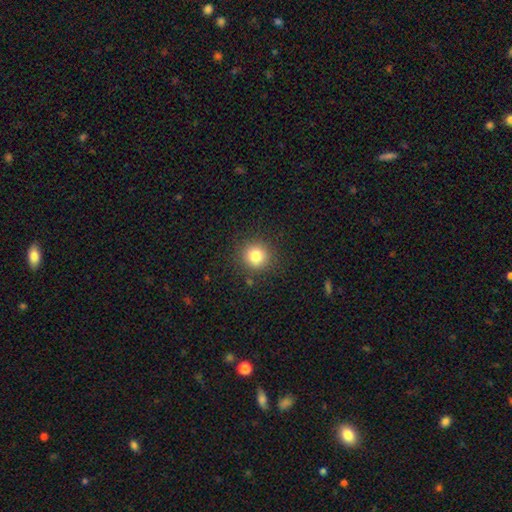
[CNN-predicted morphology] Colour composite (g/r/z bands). It shows a smooth galaxy with no disk features (81%) that is round (92%). Merging: none (88%).